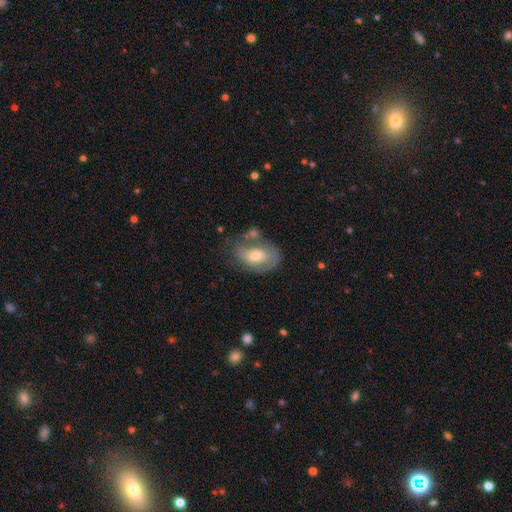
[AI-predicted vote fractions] A featured or disk galaxy (53%). Merging: none (50%).